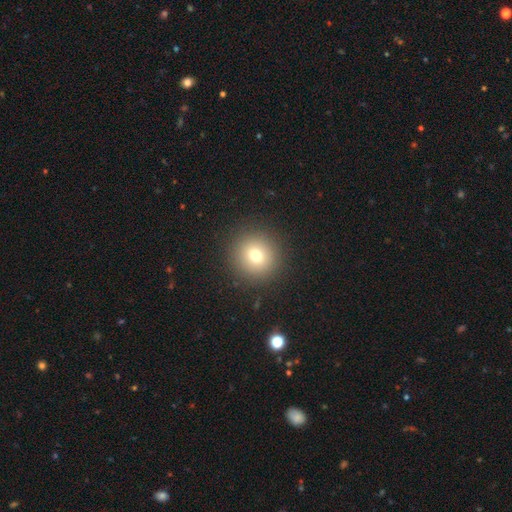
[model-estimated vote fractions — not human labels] smooth_or_featured: smooth (p=0.73) [alt: star or artifact p=0.14]
how_rounded: round (p=0.92) [alt: in between p=0.07]
merging: none (p=0.90) [alt: minor disturbance p=0.06]